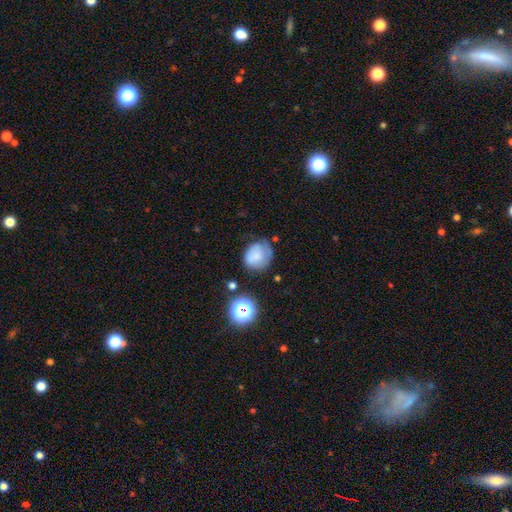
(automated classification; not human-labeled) A smooth galaxy with no disk features (70%) that is round (65%).

Vote fractions:
- Smooth or featured? smooth: 70% / featured or disk: 18% / star or artifact: 12%
- How rounded? round: 65% / in between: 34% / cigar-shaped: 1%
- Merging? none: 52% / minor disturbance: 31% / major disturbance: 13% / merger: 4%